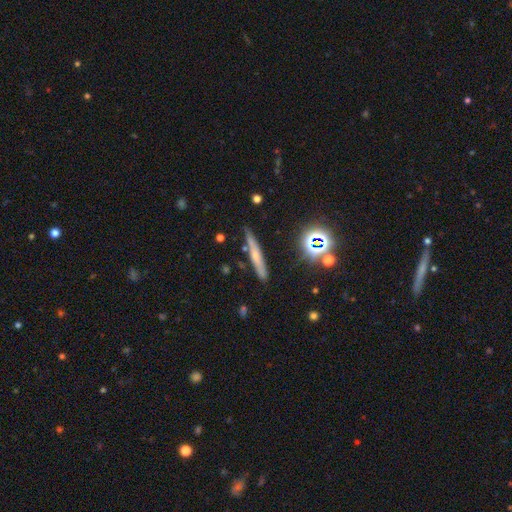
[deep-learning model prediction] A smooth galaxy with no disk features (46%). Merging: none (81%).